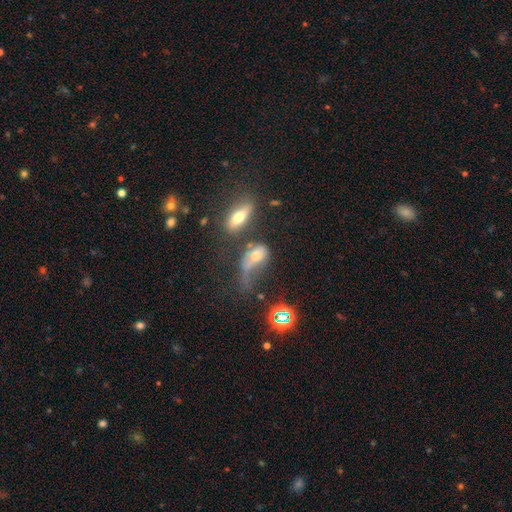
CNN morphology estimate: smooth-or-featured: smooth: 58% | featured or disk: 27% | star or artifact: 15%
  how-rounded: in between: 79% | round: 14% | cigar-shaped: 7%
  merging: major disturbance: 44% | merger: 23% | none: 17% | minor disturbance: 15%